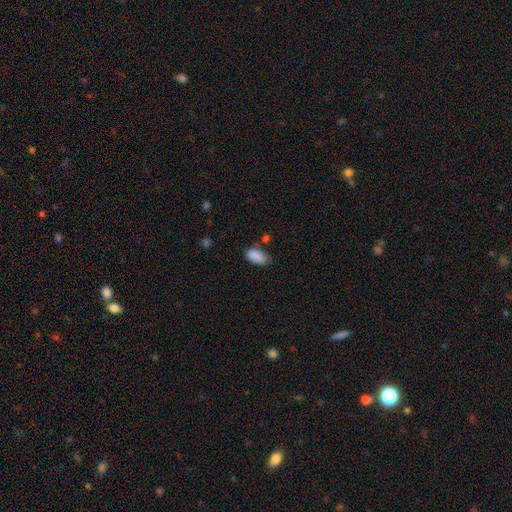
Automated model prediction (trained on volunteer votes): Smooth or featured? smooth (88%)
How rounded? in between (94%)
Merging? none (68%)